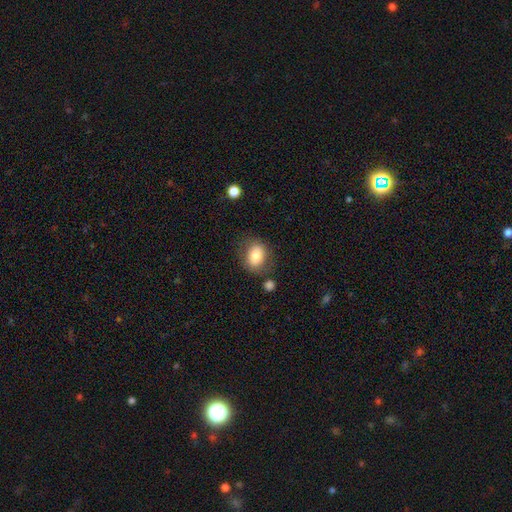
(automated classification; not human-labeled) Overall: smooth (79%). How rounded: in between (58%; round 41%). Merging: none (73%).